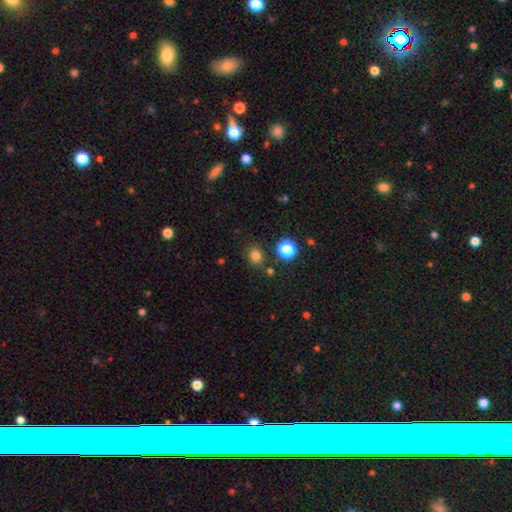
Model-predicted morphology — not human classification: This appears to be a smooth galaxy with no disk features (79%) that is round (78%). Merging: none (83%).